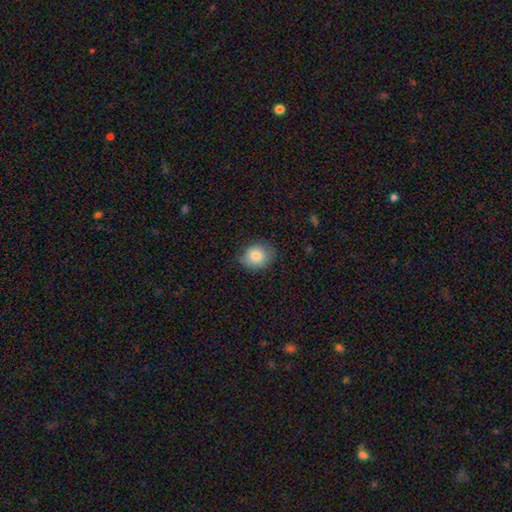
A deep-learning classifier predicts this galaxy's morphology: smooth 82%, featured or disk 9%, star or artifact 8%. Down the decision tree: how rounded — round (61%); merging — none (76%).